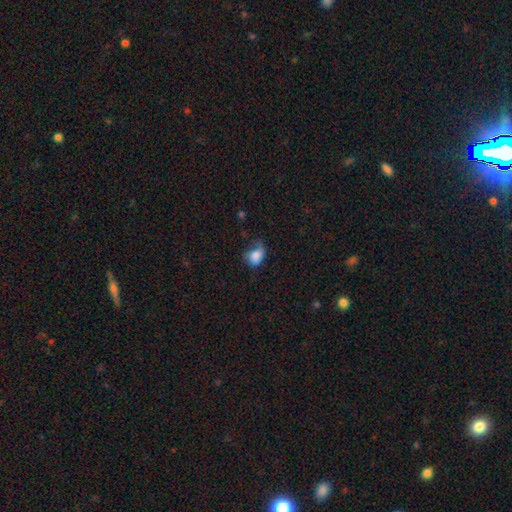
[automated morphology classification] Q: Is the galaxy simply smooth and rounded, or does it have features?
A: smooth — 77%.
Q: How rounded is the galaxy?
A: in between — 68%.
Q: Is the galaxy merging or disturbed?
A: minor disturbance — 38%.